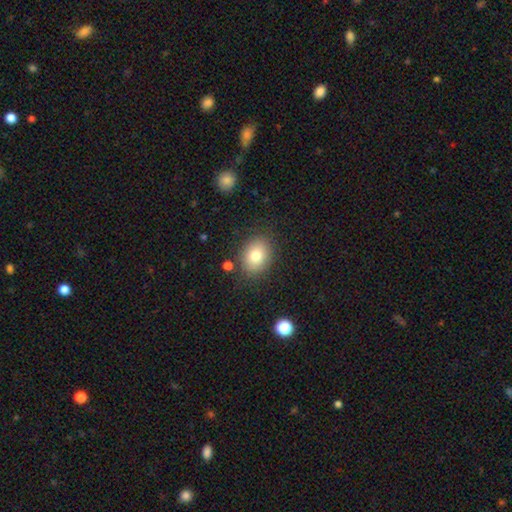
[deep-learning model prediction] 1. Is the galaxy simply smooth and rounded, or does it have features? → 80% smooth, 10% featured or disk, 10% star or artifact.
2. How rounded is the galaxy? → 55% in between, 44% round, 1% cigar-shaped.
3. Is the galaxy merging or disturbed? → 83% none, 11% minor disturbance, 3% major disturbance, 3% merger.